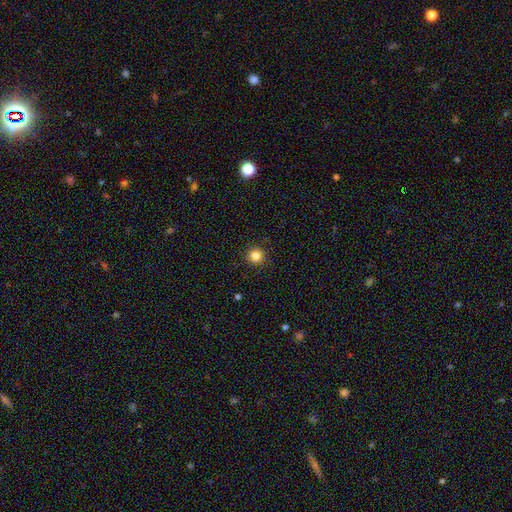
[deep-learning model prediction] This appears to be a smooth galaxy with no disk features (84%) that is round (95%). Merging: none (91%).